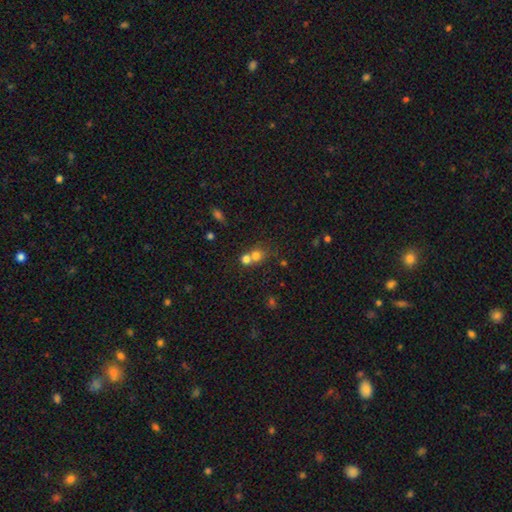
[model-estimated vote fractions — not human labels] Smooth or featured? Predicted: smooth (p=0.73). How rounded? Predicted: round (p=0.77). Merging? Predicted: merger (p=0.53).